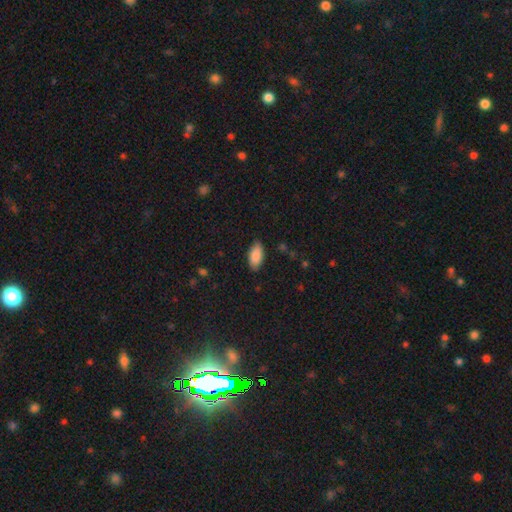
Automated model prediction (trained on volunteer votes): A smooth galaxy with no disk features (88%) that is in between round and cigar-shaped (92%).

Vote fractions:
- Smooth or featured? smooth: 88% / star or artifact: 6% / featured or disk: 6%
- How rounded? in between: 92% / cigar-shaped: 6% / round: 2%
- Merging? none: 83% / minor disturbance: 13% / major disturbance: 3% / merger: 1%